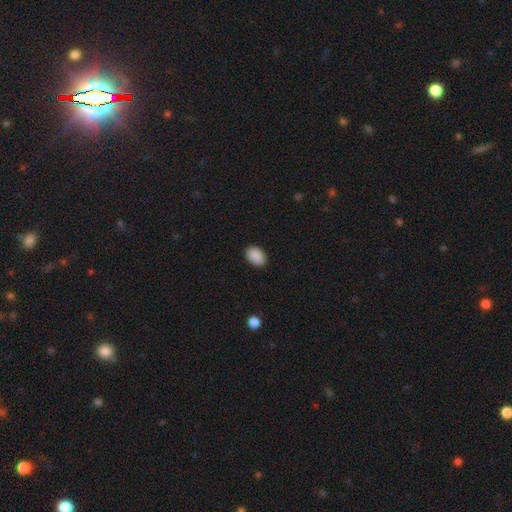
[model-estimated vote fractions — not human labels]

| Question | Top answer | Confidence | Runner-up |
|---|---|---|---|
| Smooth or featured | smooth | 90% | star or artifact (7%) |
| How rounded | in between | 85% | round (14%) |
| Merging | none | 88% | minor disturbance (9%) |